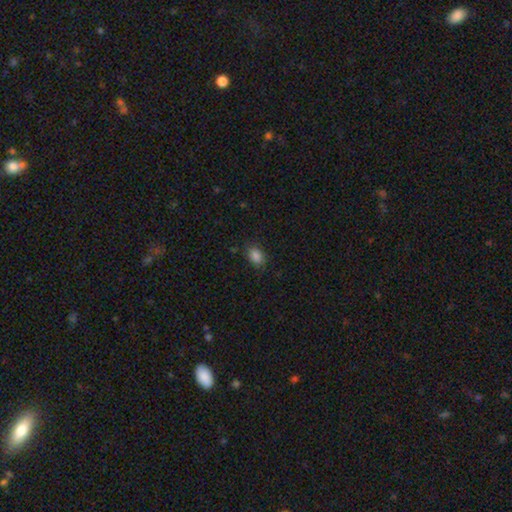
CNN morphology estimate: Smooth or featured: smooth — 87% (star or artifact — 9%)
How rounded: in between — 79% (round — 19%)
Merging: none — 81% (minor disturbance — 14%)